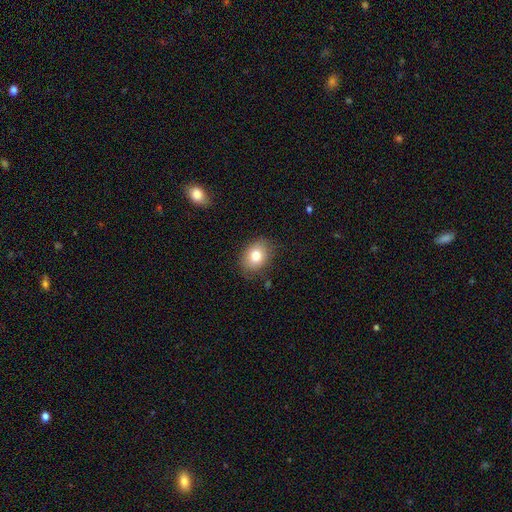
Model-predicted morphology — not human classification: Smooth or featured?
  - smooth: 80% *
  - featured or disk: 11%
  - star or artifact: 9%
How rounded?
  - in between: 69% *
  - round: 30%
  - cigar-shaped: 1%
Merging?
  - none: 80% *
  - minor disturbance: 15%
  - major disturbance: 3%
  - merger: 1%